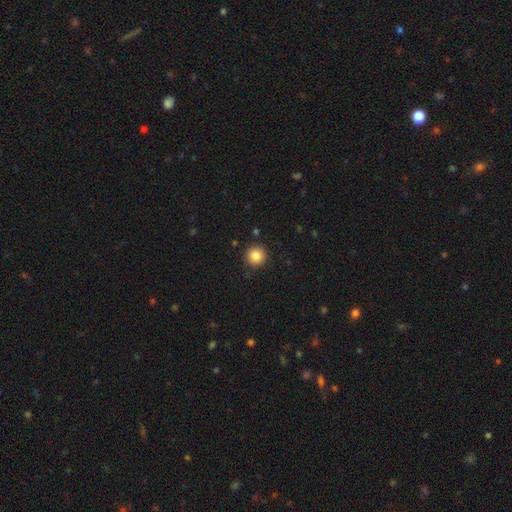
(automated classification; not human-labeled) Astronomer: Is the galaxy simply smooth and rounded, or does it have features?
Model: smooth — 85%.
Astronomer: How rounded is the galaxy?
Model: round — 95%.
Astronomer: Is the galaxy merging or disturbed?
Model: none — 91%.